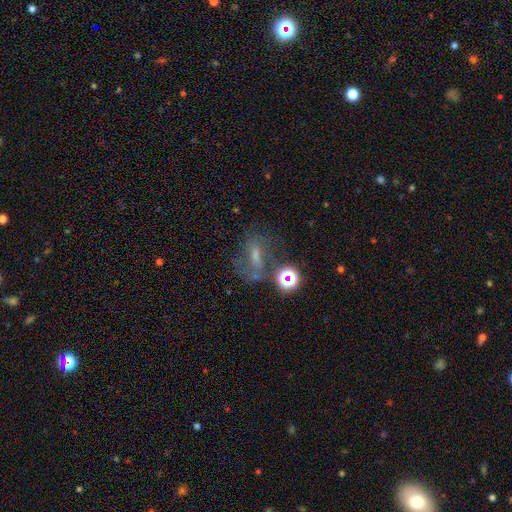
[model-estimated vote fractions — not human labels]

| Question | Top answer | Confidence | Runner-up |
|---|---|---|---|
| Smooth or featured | featured or disk | 36% | smooth (35%) |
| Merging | none | 49% | major disturbance (21%) |